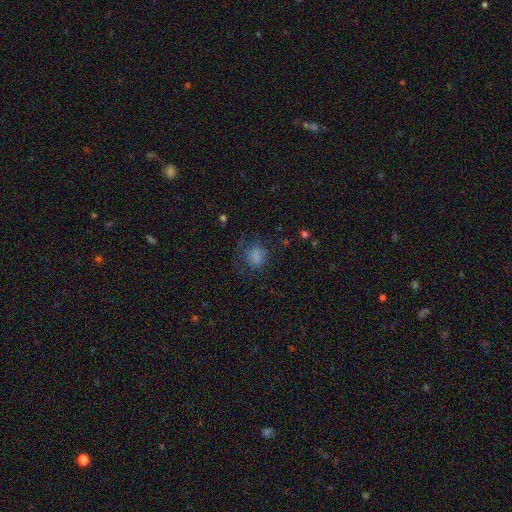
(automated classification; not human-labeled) Smooth or featured? Predicted: smooth (p=0.73). How rounded? Predicted: round (p=0.57). Merging? Predicted: none (p=0.54).